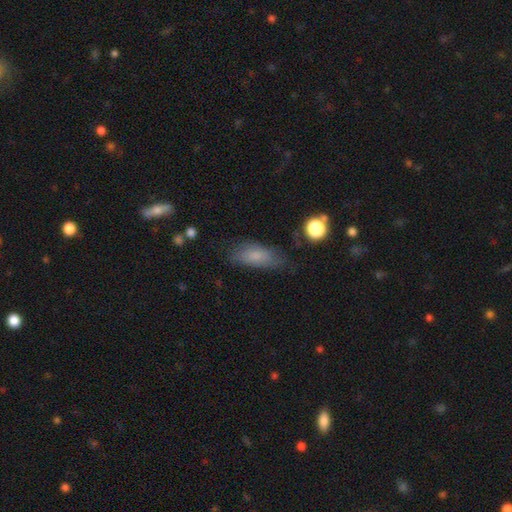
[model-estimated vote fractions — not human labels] Smooth or featured: smooth — 75% (featured or disk — 16%)
How rounded: in between — 79% (cigar-shaped — 18%)
Merging: none — 64% (minor disturbance — 25%)